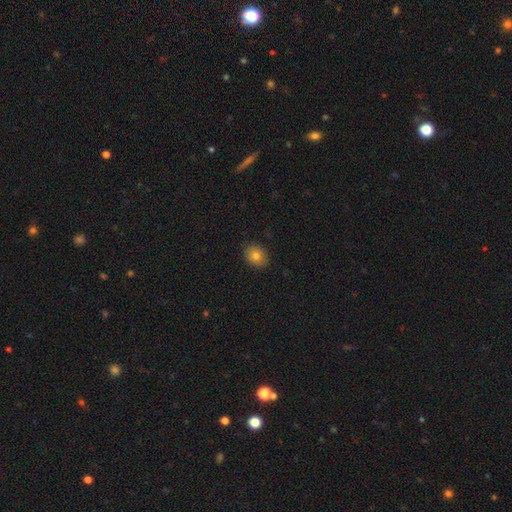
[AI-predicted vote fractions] Smooth or featured?
  - smooth: 80% *
  - star or artifact: 10%
  - featured or disk: 10%
How rounded?
  - round: 54% *
  - in between: 45%
  - cigar-shaped: 1%
Merging?
  - none: 88% *
  - minor disturbance: 9%
  - major disturbance: 2%
  - merger: 1%